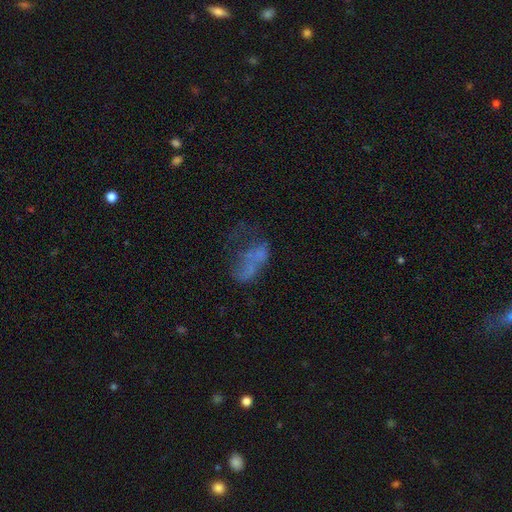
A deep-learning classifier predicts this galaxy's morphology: smooth 42%, featured or disk 41%, star or artifact 17%. Down the decision tree: merging — major disturbance (39%).